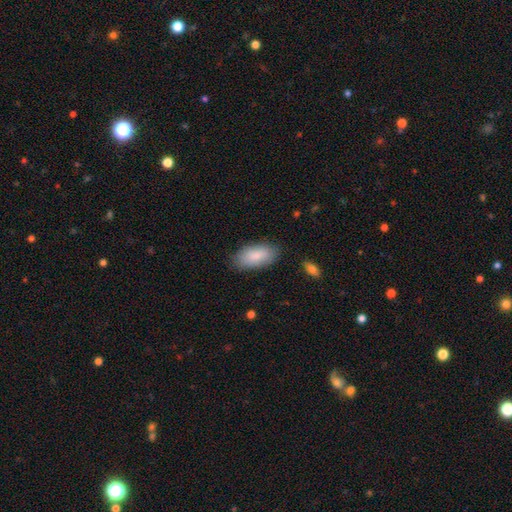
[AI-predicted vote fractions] Smooth or featured?
  - smooth: 86% *
  - featured or disk: 9%
  - star or artifact: 6%
How rounded?
  - in between: 93% *
  - cigar-shaped: 5%
  - round: 2%
Merging?
  - none: 82% *
  - minor disturbance: 14%
  - major disturbance: 3%
  - merger: 2%